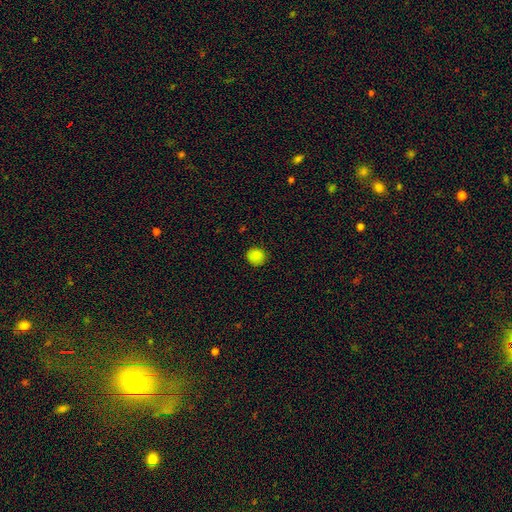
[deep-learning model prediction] Overall: smooth (85%). How rounded: round (87%). Merging: none (89%).